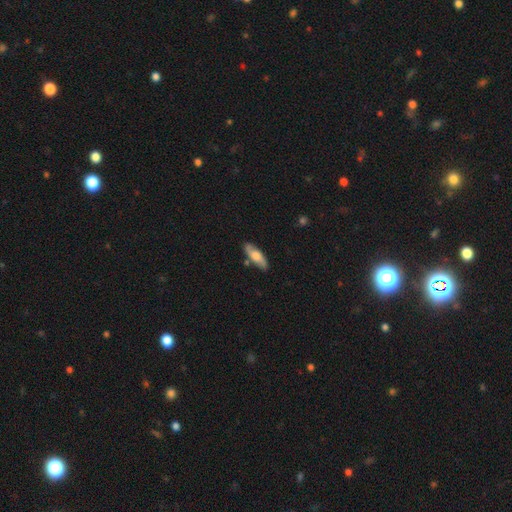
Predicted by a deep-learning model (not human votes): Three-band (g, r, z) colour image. It shows a smooth galaxy with no disk features (58%) that is in between round and cigar-shaped (60%). Merging: none (82%).